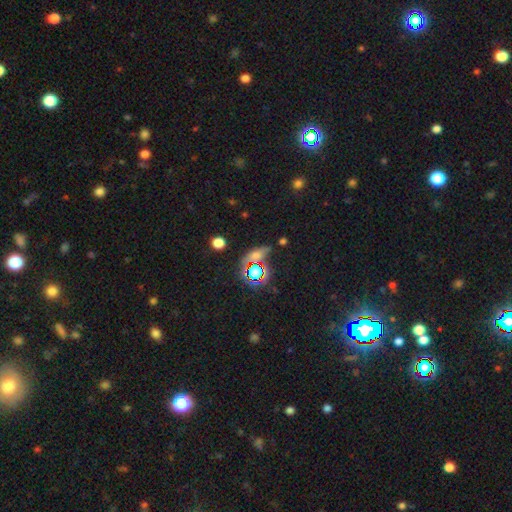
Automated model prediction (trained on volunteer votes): smooth_or_featured: star or artifact (p=0.45) [alt: smooth p=0.38]